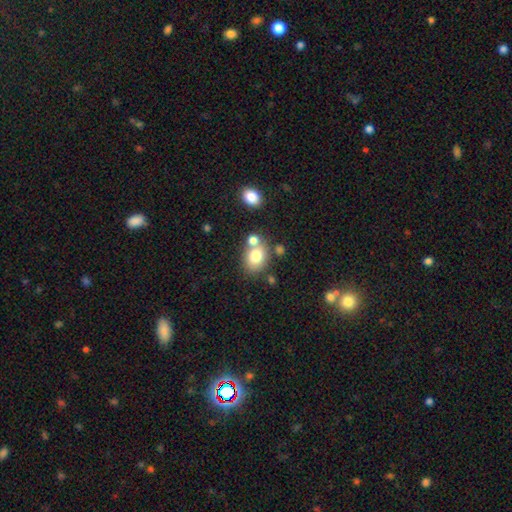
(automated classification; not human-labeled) Q: Smooth or featured?
A: smooth (76%); runner-up: featured or disk (13%)
Q: How rounded?
A: in between (60%); runner-up: round (39%)
Q: Merging?
A: none (56%); runner-up: merger (27%)